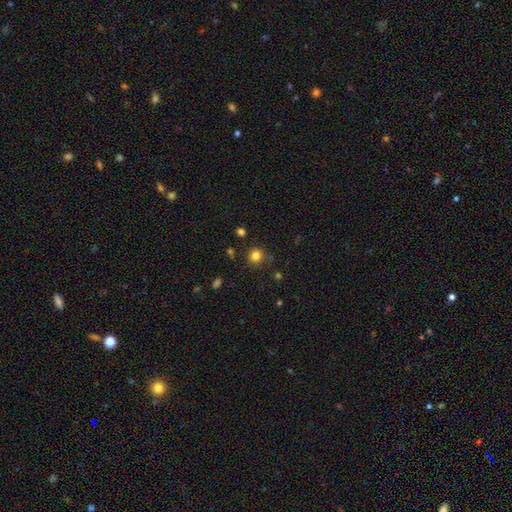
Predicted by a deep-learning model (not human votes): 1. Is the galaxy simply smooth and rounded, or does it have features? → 81% smooth, 14% star or artifact, 5% featured or disk.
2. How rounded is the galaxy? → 92% round, 7% in between, 1% cigar-shaped.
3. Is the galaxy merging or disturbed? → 85% none, 9% minor disturbance, 3% merger, 3% major disturbance.